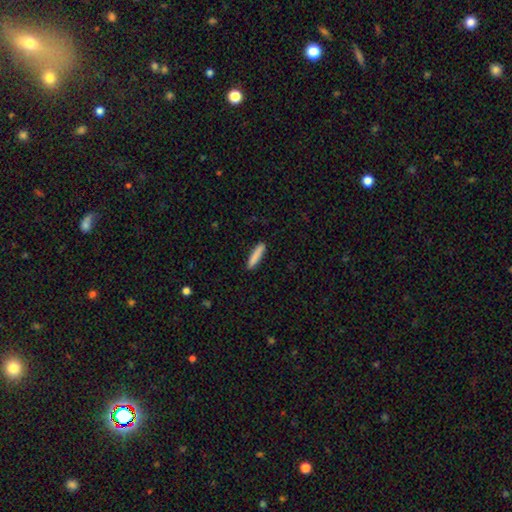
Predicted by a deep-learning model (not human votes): Morphology: type=smooth (87%); roundness=cigar-shaped (87%); merging=none (90%).